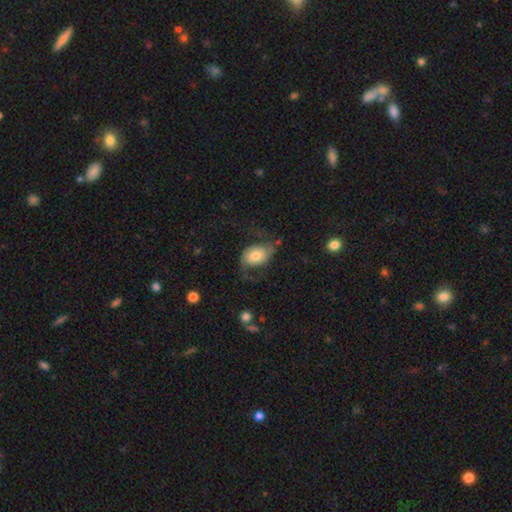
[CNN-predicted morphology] Smooth or featured? featured or disk (59%)
Edge-on disk? no (97%)
Bar? no (67%)
Spiral arms? yes (88%)
Spiral winding? loose (66%)
Spiral arm count? 2 (90%)
Bulge size? moderate (59%)
Merging? none (57%)